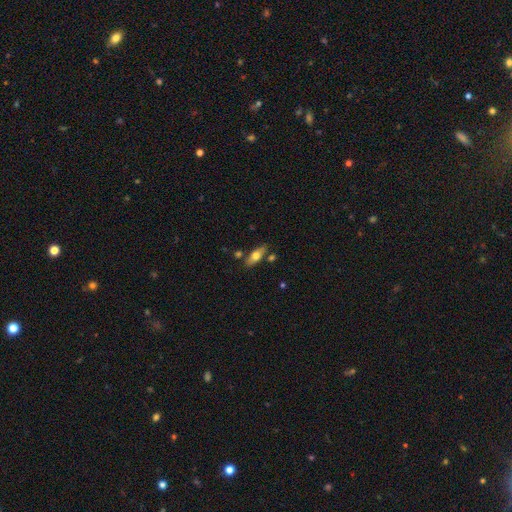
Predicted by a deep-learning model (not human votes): Smooth or featured?
  - smooth: 59% *
  - featured or disk: 35%
  - star or artifact: 7%
How rounded?
  - in between: 65% *
  - cigar-shaped: 32%
  - round: 3%
Merging?
  - none: 74% *
  - minor disturbance: 14%
  - merger: 8%
  - major disturbance: 3%